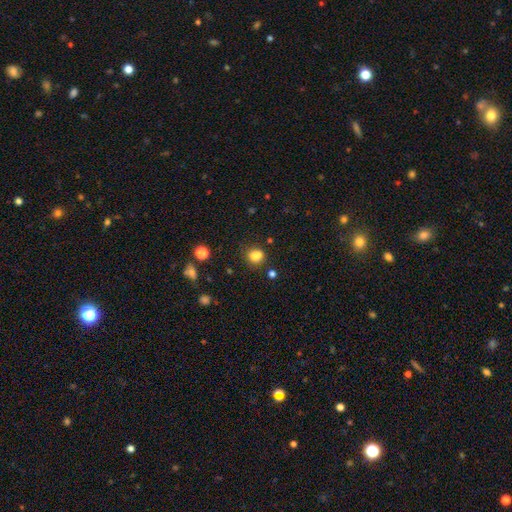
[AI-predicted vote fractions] This appears to be a smooth galaxy with no disk features (77%) that is round (70%). Merging: none (55%).